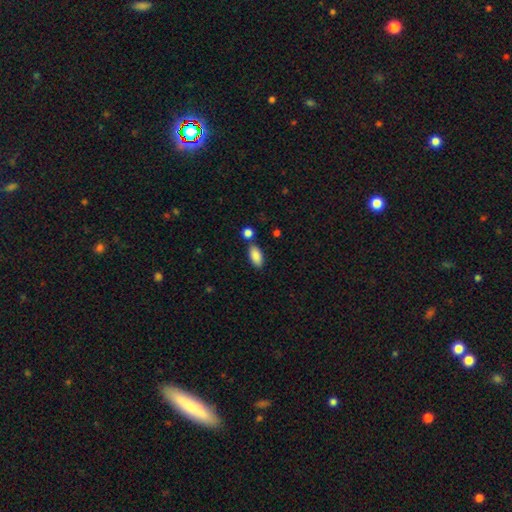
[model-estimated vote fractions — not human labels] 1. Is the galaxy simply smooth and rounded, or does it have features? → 89% smooth, 7% star or artifact, 5% featured or disk.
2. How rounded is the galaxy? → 90% in between, 7% cigar-shaped, 3% round.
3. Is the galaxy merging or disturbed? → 74% none, 12% merger, 11% minor disturbance, 3% major disturbance.